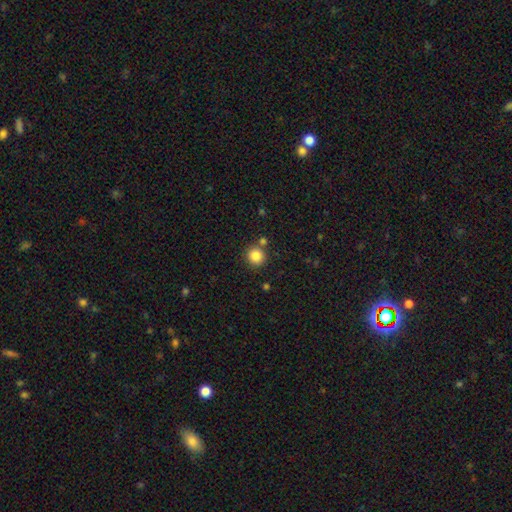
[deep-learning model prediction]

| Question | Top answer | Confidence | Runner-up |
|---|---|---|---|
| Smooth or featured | smooth | 86% | star or artifact (10%) |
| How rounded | round | 92% | in between (7%) |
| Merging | none | 80% | merger (9%) |